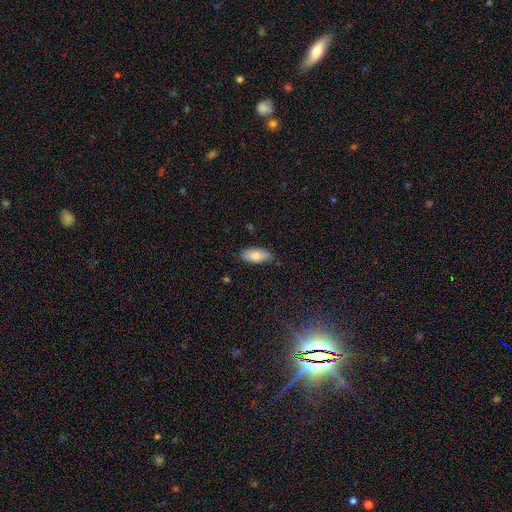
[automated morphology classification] This appears to be a smooth galaxy with no disk features (79%) that is in between round and cigar-shaped (89%). Merging: none (80%).